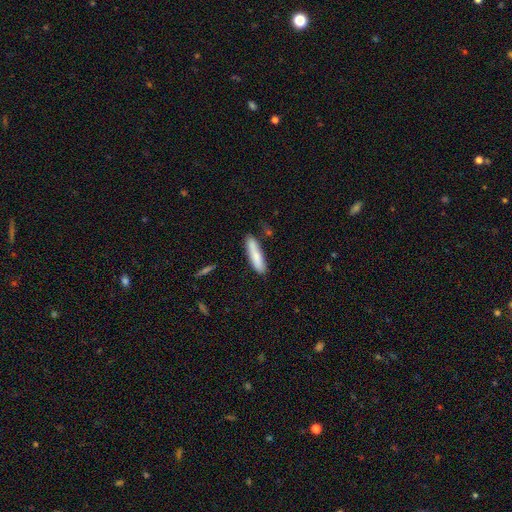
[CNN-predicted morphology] smooth-or-featured: smooth: 79% | featured or disk: 15% | star or artifact: 6%
  how-rounded: cigar-shaped: 78% | in between: 20% | round: 1%
  merging: none: 73% | minor disturbance: 18% | merger: 5% | major disturbance: 4%